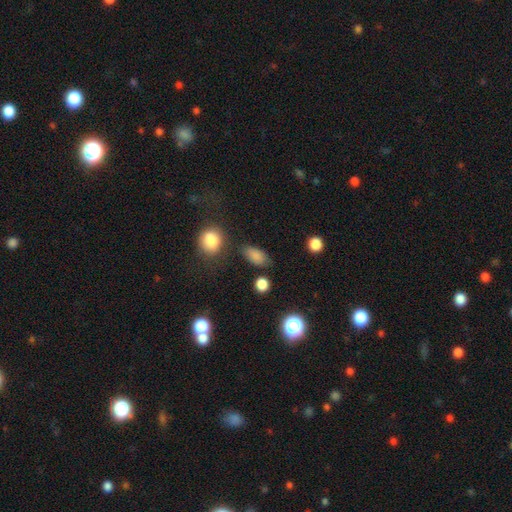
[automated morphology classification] A smooth galaxy with no disk features (83%) that is in between round and cigar-shaped (84%). Merging: none (73%).